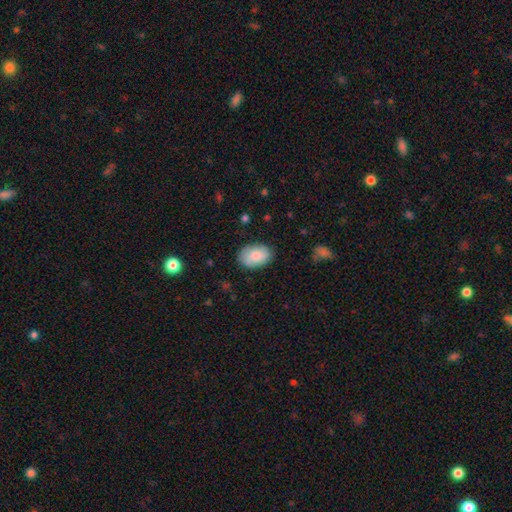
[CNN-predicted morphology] This appears to be a smooth galaxy with no disk features (81%) that is in between round and cigar-shaped (87%). Merging: none (81%).